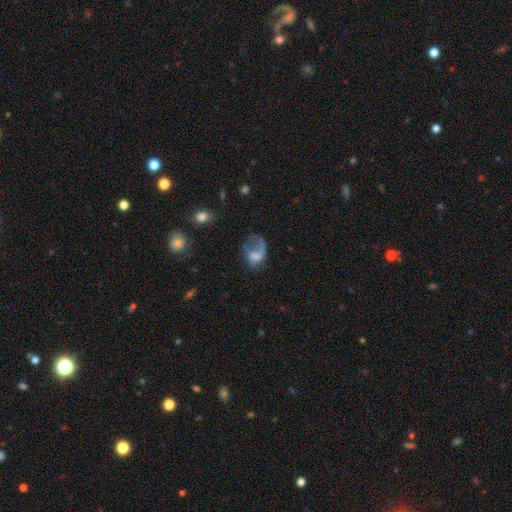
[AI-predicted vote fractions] The model was most divided on "smooth or featured": featured or disk: 50%, smooth: 39%, star or artifact: 11%. More confident: merging — major disturbance (52%).